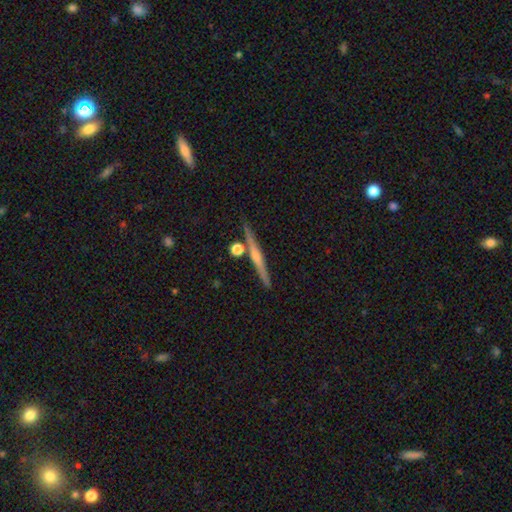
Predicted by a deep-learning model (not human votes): Smooth or featured: featured or disk — 72% (smooth — 18%)
Edge-on disk: yes — 97% (no — 3%)
Edge-on bulge: rounded — 74% (none — 18%)
Merging: none — 83% (minor disturbance — 9%)